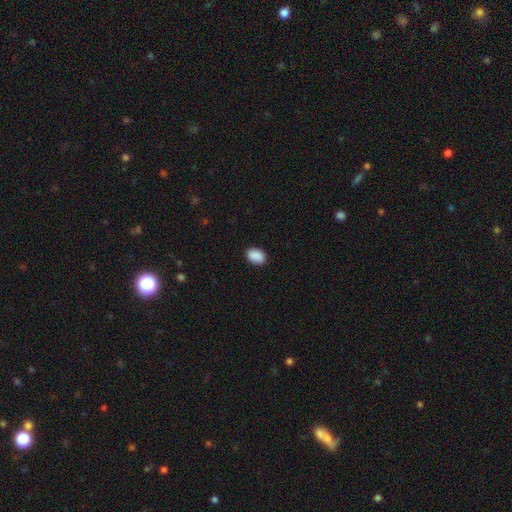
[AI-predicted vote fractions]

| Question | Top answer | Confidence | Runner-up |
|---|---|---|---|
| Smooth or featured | smooth | 90% | star or artifact (7%) |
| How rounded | in between | 84% | round (15%) |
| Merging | none | 88% | minor disturbance (9%) |